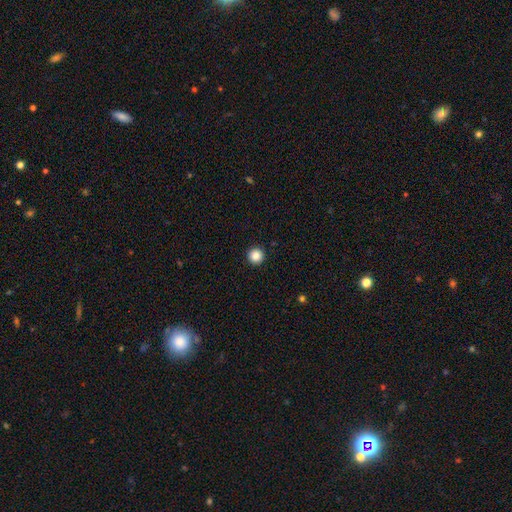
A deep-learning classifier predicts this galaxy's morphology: type=smooth (87%); roundness=round (97%); merging=none (94%).